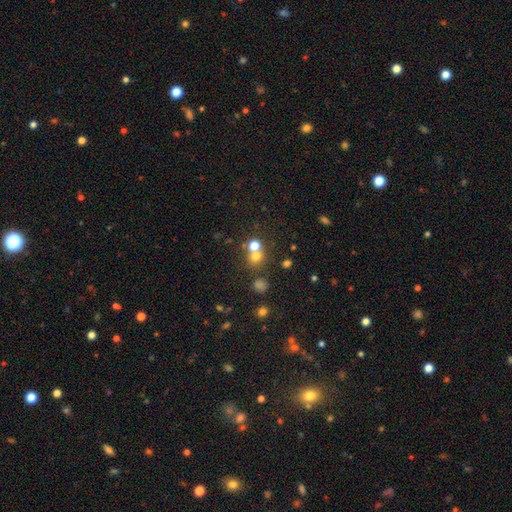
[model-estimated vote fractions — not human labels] This is likely a smooth galaxy (68%). How rounded: clearly round (83%). Merging: possibly none (50%).